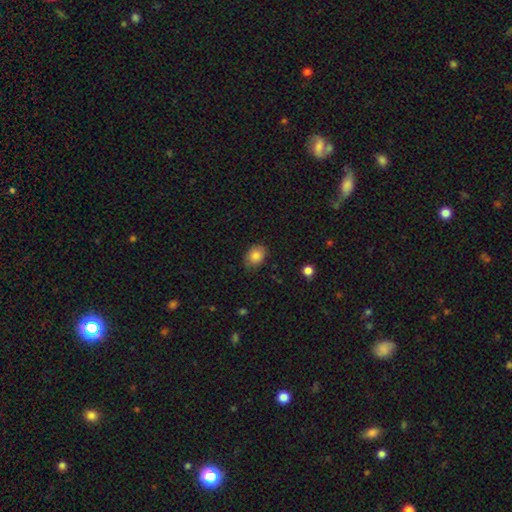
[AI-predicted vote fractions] This is clearly a smooth galaxy (85%). How rounded: likely in between (69%). Merging: clearly none (81%).